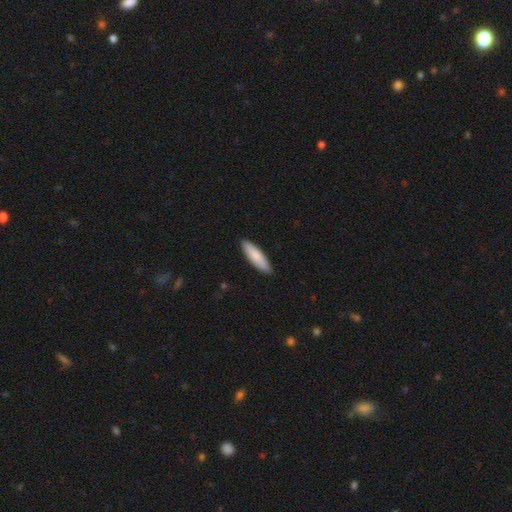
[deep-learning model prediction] Smooth or featured: smooth — 84% (featured or disk — 11%)
How rounded: cigar-shaped — 58% (in between — 41%)
Merging: none — 88% (minor disturbance — 9%)